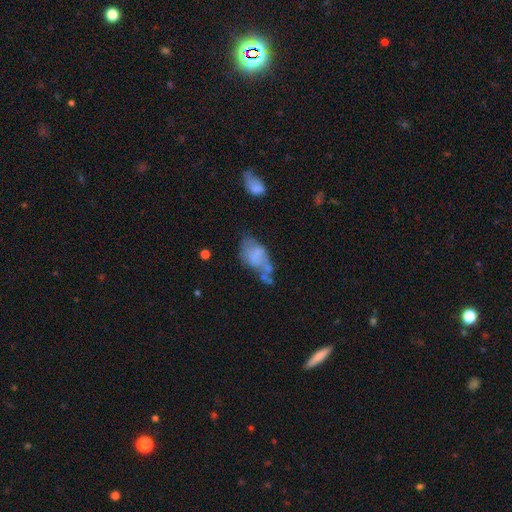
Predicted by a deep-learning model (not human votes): This appears to be a smooth galaxy with no disk features (55%) that is in between round and cigar-shaped (90%). Merging: none (27%).